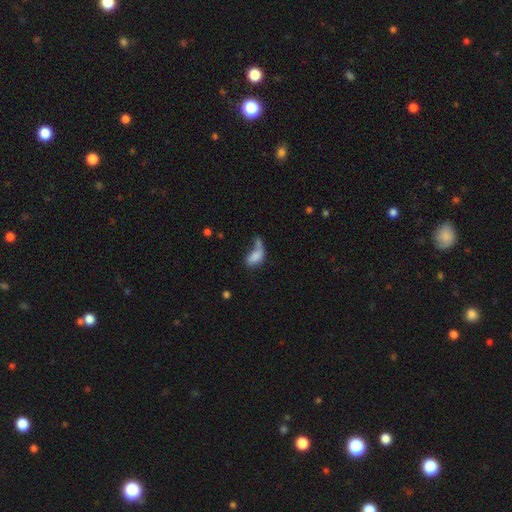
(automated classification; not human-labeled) A smooth galaxy with no disk features (73%) that is in between round and cigar-shaped (87%).

Vote fractions:
- Smooth or featured? smooth: 73% / featured or disk: 17% / star or artifact: 10%
- How rounded? in between: 87% / round: 7% / cigar-shaped: 6%
- Merging? merger: 37% / major disturbance: 27% / none: 21% / minor disturbance: 15%